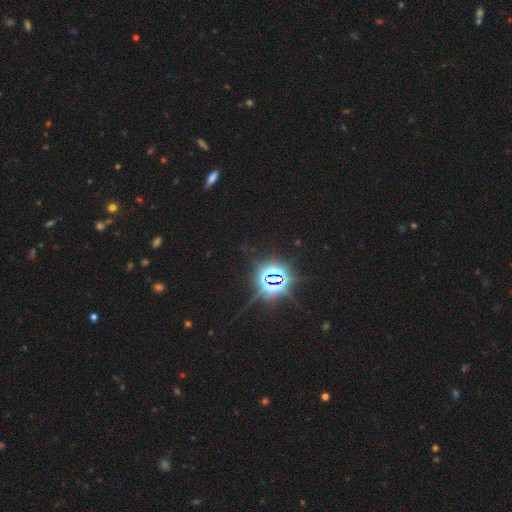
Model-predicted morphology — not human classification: A star or artifact, not a galaxy (83%).